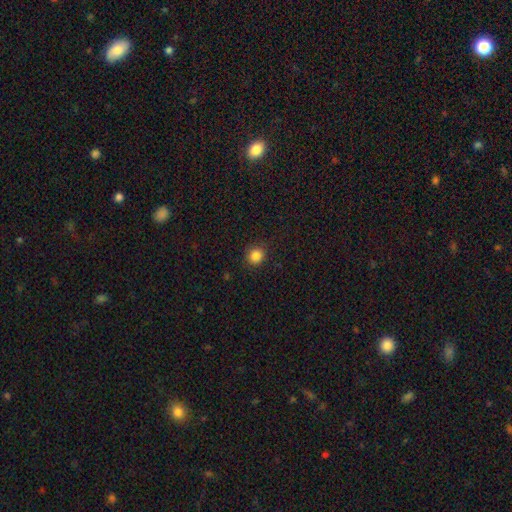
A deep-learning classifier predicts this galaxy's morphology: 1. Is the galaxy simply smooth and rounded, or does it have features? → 85% smooth, 11% star or artifact, 4% featured or disk.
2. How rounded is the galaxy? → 87% round, 12% in between, 1% cigar-shaped.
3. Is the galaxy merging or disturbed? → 89% none, 7% minor disturbance, 2% major disturbance, 1% merger.